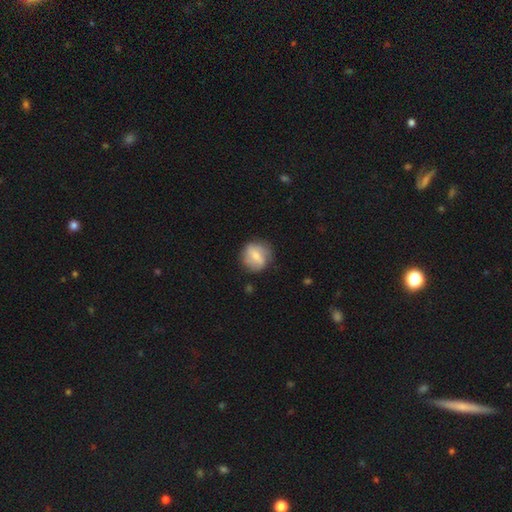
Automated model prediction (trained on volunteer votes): Smooth or featured? smooth (51%)
How rounded? round (81%)
Merging? none (73%)